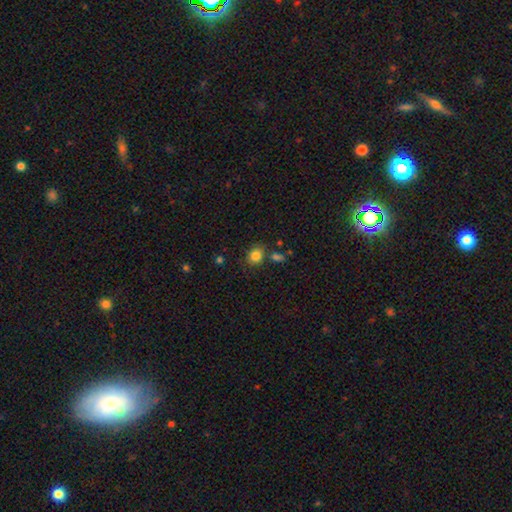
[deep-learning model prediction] Q: Smooth or featured?
A: smooth (84%); runner-up: star or artifact (11%)
Q: How rounded?
A: round (66%); runner-up: in between (33%)
Q: Merging?
A: none (74%); runner-up: minor disturbance (13%)